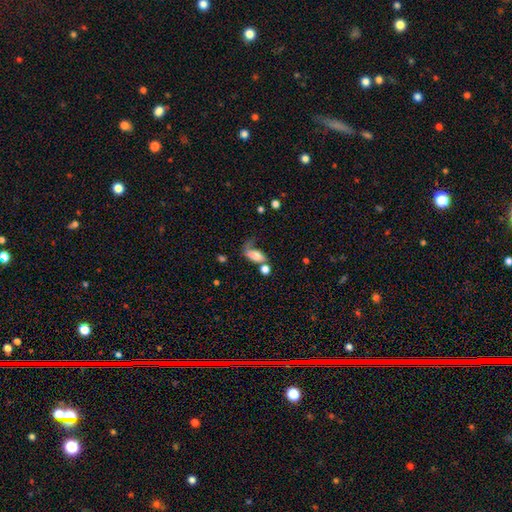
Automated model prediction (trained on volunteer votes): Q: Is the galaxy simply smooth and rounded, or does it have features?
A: smooth — 67%.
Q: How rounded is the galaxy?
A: in between — 83%.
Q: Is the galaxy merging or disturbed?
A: major disturbance — 36%.